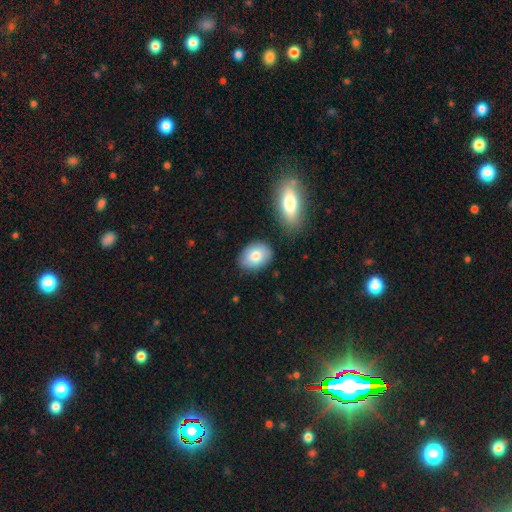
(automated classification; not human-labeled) smooth 80%, featured or disk 13%, star or artifact 7%. Down the decision tree: how rounded — in between (77%); merging — none (81%).